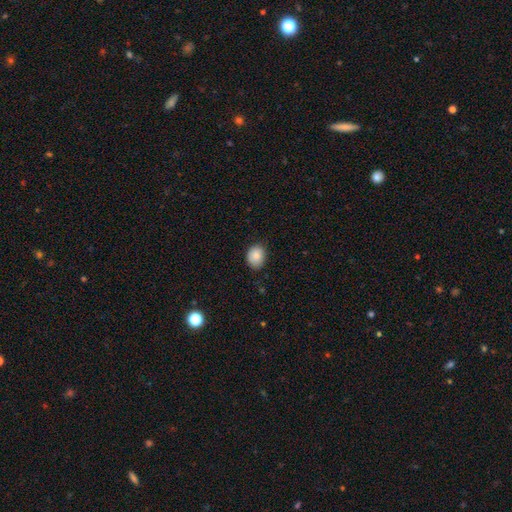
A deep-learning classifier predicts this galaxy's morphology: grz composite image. It shows a smooth galaxy with no disk features (86%) that is in between round and cigar-shaped (52%). Merging: none (78%).